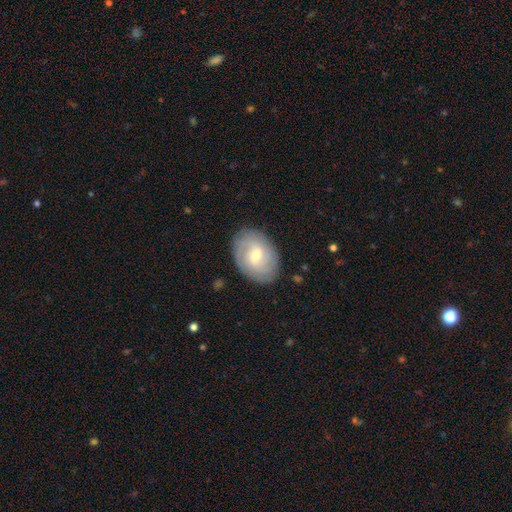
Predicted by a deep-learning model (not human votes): Overall: featured or disk (67%; smooth 27%). Edge-on disk: no (96%). Bar: weak (52%; no 39%). Spiral arms: yes (87%). Spiral arm count: can't tell (36%; 2 34%). Spiral winding: tight (58%; medium 31%). Bulge size: moderate (54%; small 41%). Merging: none (84%).